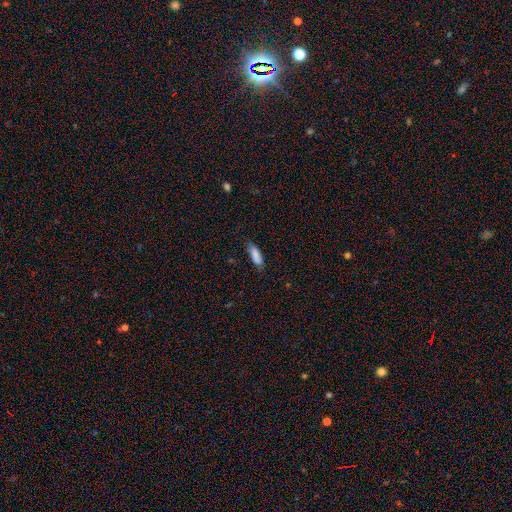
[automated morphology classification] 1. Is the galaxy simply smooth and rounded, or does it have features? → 85% smooth, 8% featured or disk, 7% star or artifact.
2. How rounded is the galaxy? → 57% in between, 41% cigar-shaped, 2% round.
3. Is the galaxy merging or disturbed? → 74% none, 20% minor disturbance, 4% major disturbance, 2% merger.